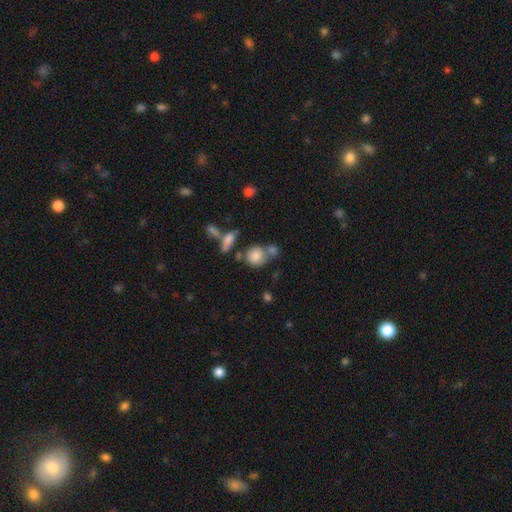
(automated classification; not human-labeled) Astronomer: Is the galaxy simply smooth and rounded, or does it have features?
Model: smooth — 81%.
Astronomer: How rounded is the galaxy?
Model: round — 78%.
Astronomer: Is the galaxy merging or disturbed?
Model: none — 52% (runner-up: merger, 30%).